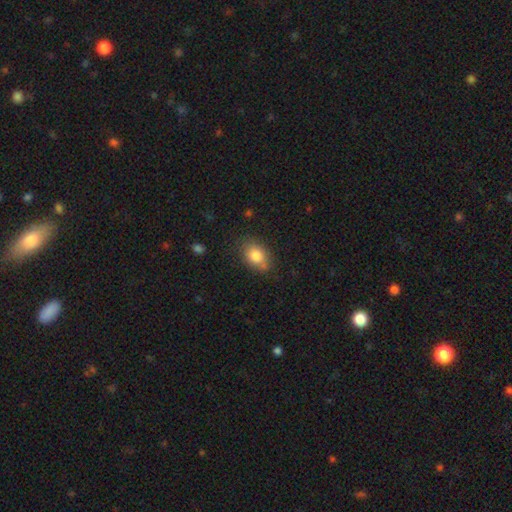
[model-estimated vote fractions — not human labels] A smooth galaxy with no disk features (82%) that is in between round and cigar-shaped (72%).

Vote fractions:
- Smooth or featured? smooth: 82% / featured or disk: 10% / star or artifact: 9%
- How rounded? in between: 72% / round: 26% / cigar-shaped: 1%
- Merging? none: 74% / minor disturbance: 18% / merger: 4% / major disturbance: 4%